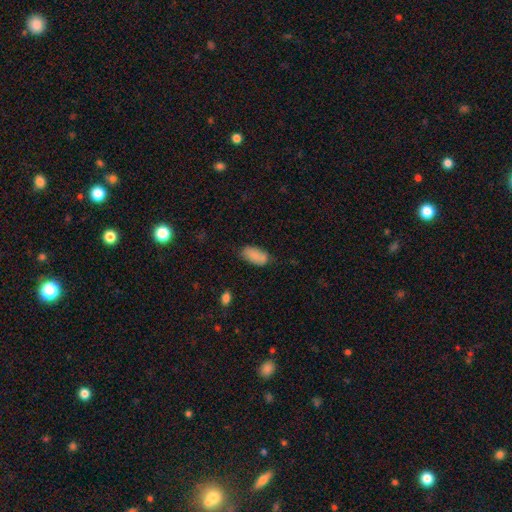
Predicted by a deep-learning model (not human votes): This is clearly a smooth galaxy (86%). How rounded: clearly in between (92%). Merging: likely none (67%).